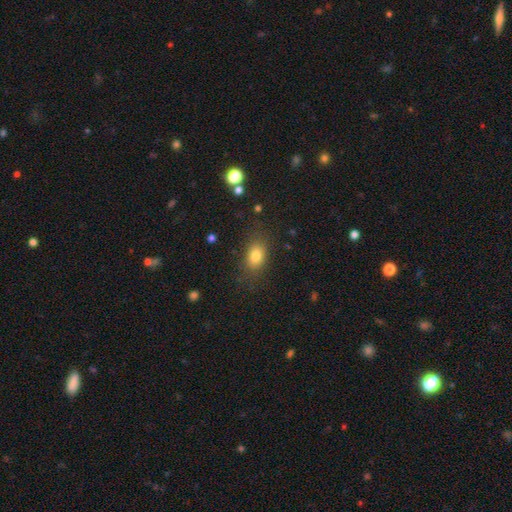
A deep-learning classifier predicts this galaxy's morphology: type=smooth (80%); roundness=in between (74%); merging=none (80%).